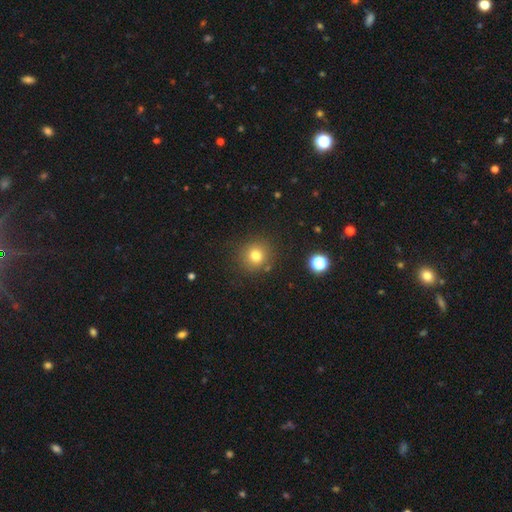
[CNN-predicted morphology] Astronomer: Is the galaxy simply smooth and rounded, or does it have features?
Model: smooth — 77%.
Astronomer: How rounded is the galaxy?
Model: round — 90%.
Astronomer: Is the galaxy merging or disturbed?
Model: none — 85%.